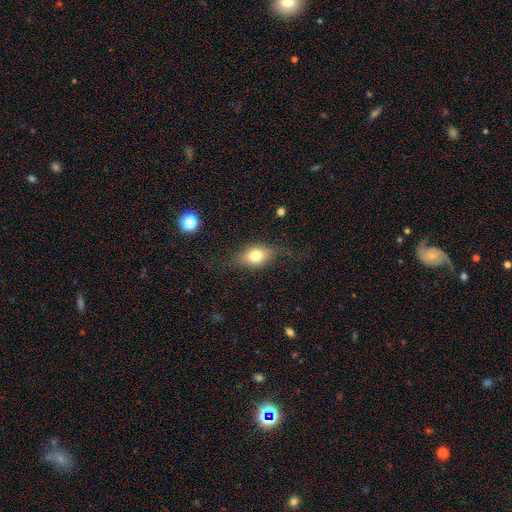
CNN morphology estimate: Smooth or featured: smooth — 68% (featured or disk — 23%)
How rounded: in between — 72% (round — 23%)
Merging: none — 68% (minor disturbance — 21%)